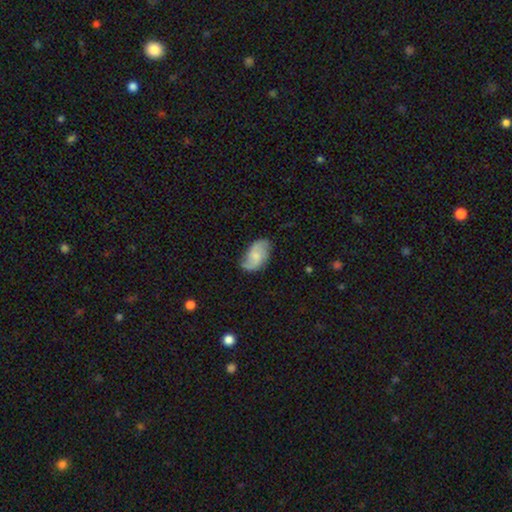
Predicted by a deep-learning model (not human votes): Smooth or featured? Predicted: featured or disk (p=0.56). Edge-on disk? Predicted: no (p=0.96). Bar? Predicted: no (p=0.51). Spiral arms? Predicted: yes (p=0.90). Bulge size? Predicted: small (p=0.42). Merging? Predicted: none (p=0.65).